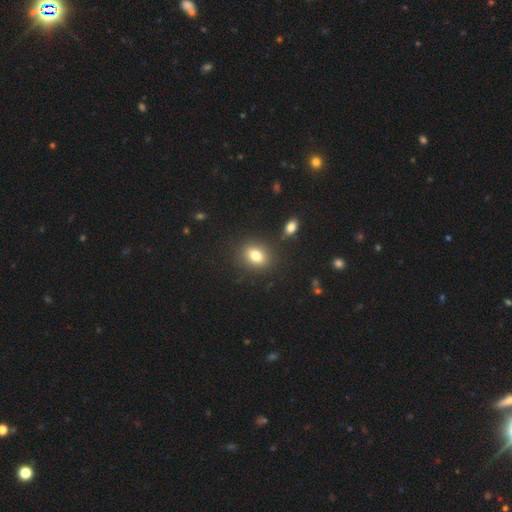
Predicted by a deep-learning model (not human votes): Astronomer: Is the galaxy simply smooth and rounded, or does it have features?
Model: smooth — 81%.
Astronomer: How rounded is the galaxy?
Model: in between — 62%.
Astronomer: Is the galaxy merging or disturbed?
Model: none — 86%.